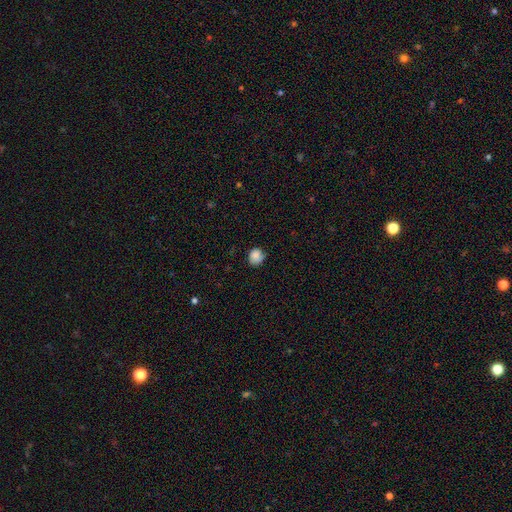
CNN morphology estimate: Smooth or featured?
  - smooth: 83% *
  - star or artifact: 9%
  - featured or disk: 8%
How rounded?
  - round: 78% *
  - in between: 22%
  - cigar-shaped: 1%
Merging?
  - none: 69% *
  - minor disturbance: 25%
  - major disturbance: 5%
  - merger: 1%